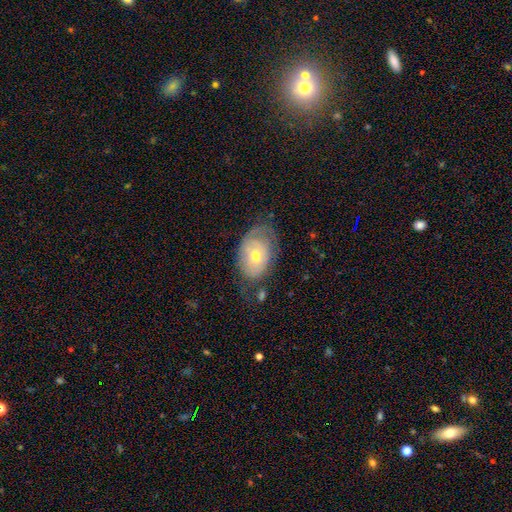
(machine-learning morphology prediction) smooth_or_featured: smooth (p=0.47) [alt: featured or disk p=0.46]
merging: none (p=0.48) [alt: minor disturbance p=0.31]